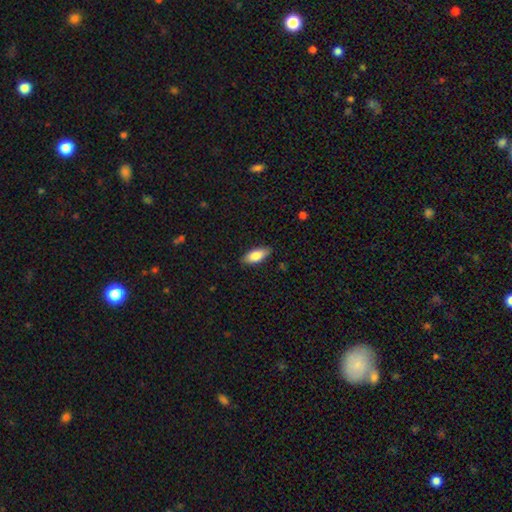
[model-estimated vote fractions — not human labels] Morphology: type=smooth (81%); roundness=in between (83%); merging=none (86%).